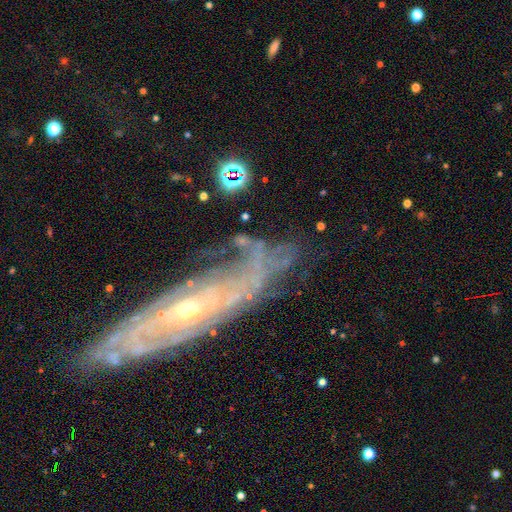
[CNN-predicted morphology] Smooth or featured: featured or disk — 80% (smooth — 10%)
Edge-on disk: no — 82% (yes — 18%)
Bar: no — 69% (weak — 22%)
Spiral arms: yes — 85% (no — 15%)
Spiral winding: tight — 66% (medium — 24%)
Spiral arm count: can't tell — 52% (2 — 19%)
Bulge size: small — 62% (moderate — 33%)
Merging: none — 60% (minor disturbance — 20%)